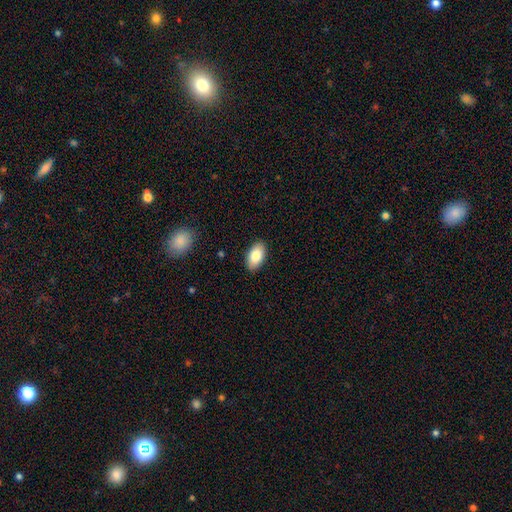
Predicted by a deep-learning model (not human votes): Smooth or featured? smooth (84%)
How rounded? in between (94%)
Merging? none (89%)